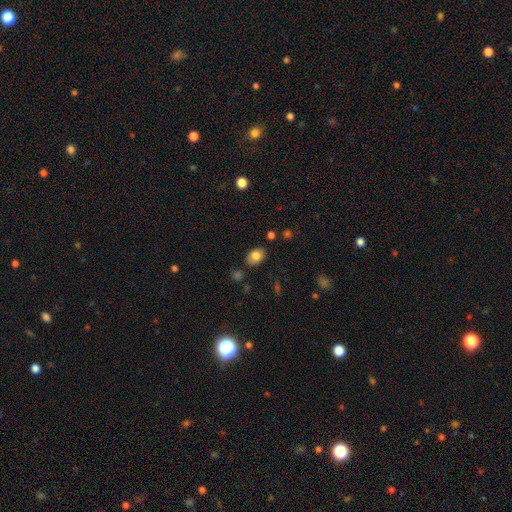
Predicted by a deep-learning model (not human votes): smooth_or_featured: smooth (p=0.82) [alt: featured or disk p=0.09]
how_rounded: in between (p=0.79) [alt: round p=0.20]
merging: none (p=0.79) [alt: minor disturbance p=0.14]